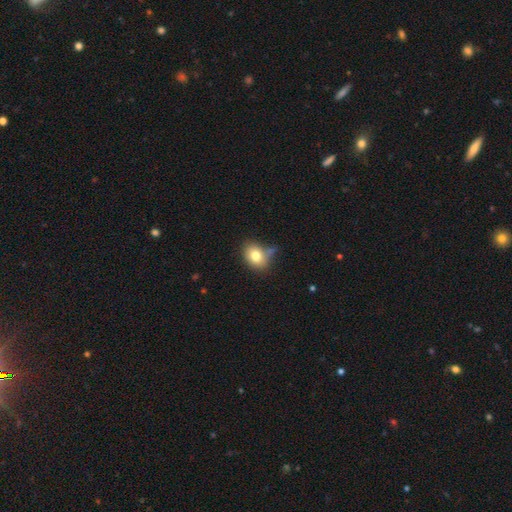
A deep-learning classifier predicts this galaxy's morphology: A smooth galaxy with no disk features (77%) that is in between round and cigar-shaped (53%). Merging: none (57%).